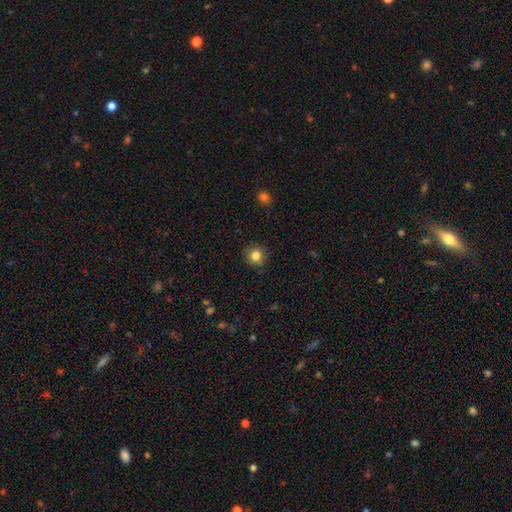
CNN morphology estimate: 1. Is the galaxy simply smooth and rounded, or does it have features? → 83% smooth, 12% star or artifact, 6% featured or disk.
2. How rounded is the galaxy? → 92% round, 8% in between, 1% cigar-shaped.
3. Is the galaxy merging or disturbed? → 88% none, 9% minor disturbance, 2% major disturbance, 1% merger.